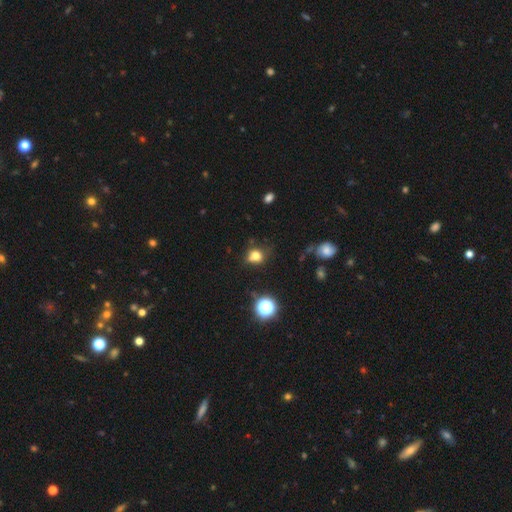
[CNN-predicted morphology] Smooth or featured?
  - smooth: 74% *
  - star or artifact: 16%
  - featured or disk: 10%
How rounded?
  - round: 61% *
  - in between: 38%
  - cigar-shaped: 1%
Merging?
  - none: 56% *
  - minor disturbance: 24%
  - major disturbance: 10%
  - merger: 9%